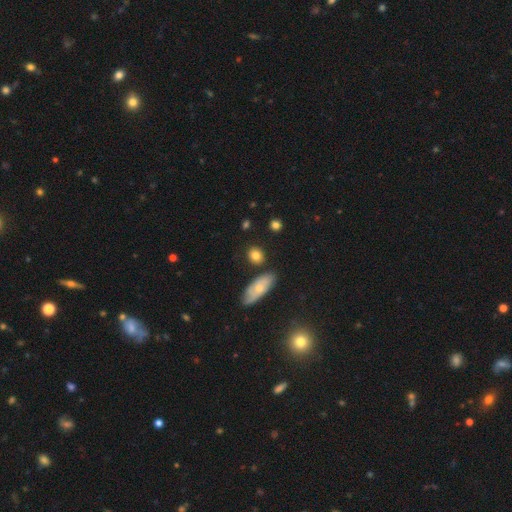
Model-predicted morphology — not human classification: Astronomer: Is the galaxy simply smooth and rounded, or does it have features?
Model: smooth — 80%.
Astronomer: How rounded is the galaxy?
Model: round — 65%.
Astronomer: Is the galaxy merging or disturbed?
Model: none — 79%.